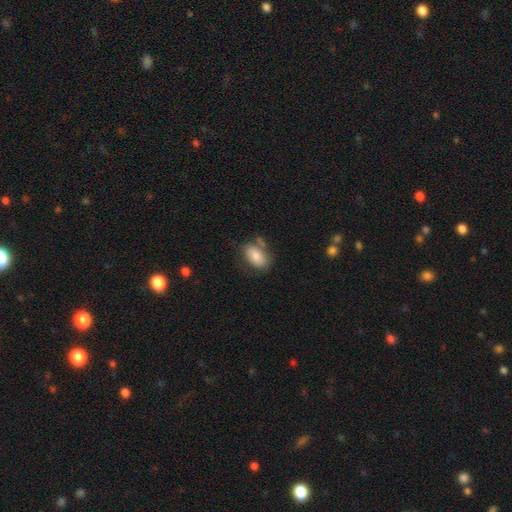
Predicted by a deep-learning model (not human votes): Smooth or featured: smooth — 78% (featured or disk — 14%)
How rounded: in between — 91% (round — 7%)
Merging: none — 63% (minor disturbance — 21%)